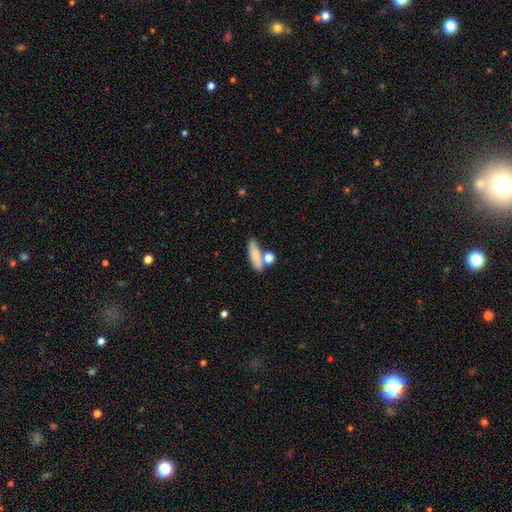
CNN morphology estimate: smooth_or_featured: smooth (p=0.77) [alt: featured or disk p=0.15]
how_rounded: in between (p=0.55) [alt: cigar-shaped p=0.37]
merging: none (p=0.55) [alt: merger p=0.24]